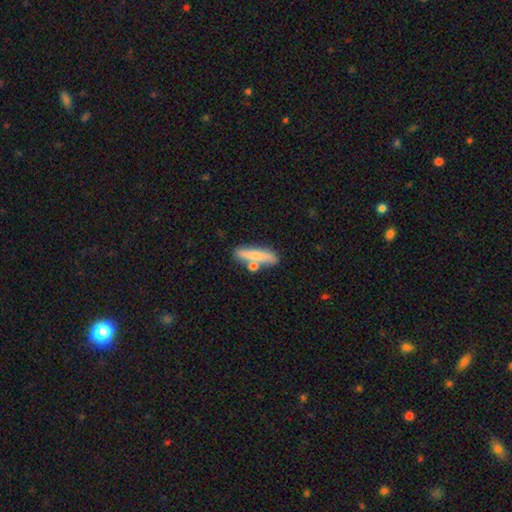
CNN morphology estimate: This appears to be a smooth galaxy with no disk features (64%) that is cigar-shaped (72%). Merging: none (64%).